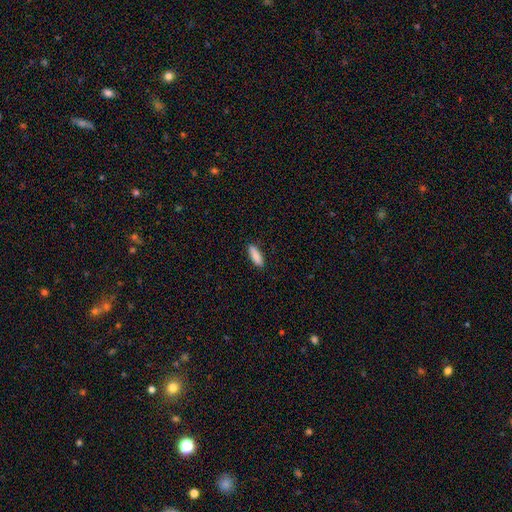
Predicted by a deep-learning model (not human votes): Smooth or featured: smooth — 88% (featured or disk — 6%)
How rounded: in between — 58% (cigar-shaped — 40%)
Merging: none — 89% (minor disturbance — 9%)